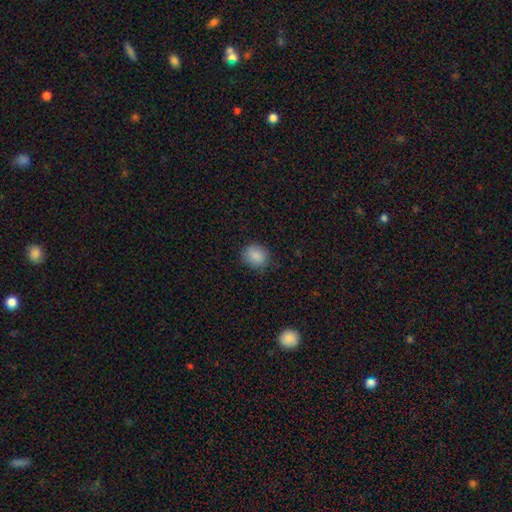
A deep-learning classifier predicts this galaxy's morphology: The model was most divided on "how rounded": round: 61%, in between: 37%, cigar-shaped: 1%. More confident: smooth or featured — smooth (87%); merging — none (82%).